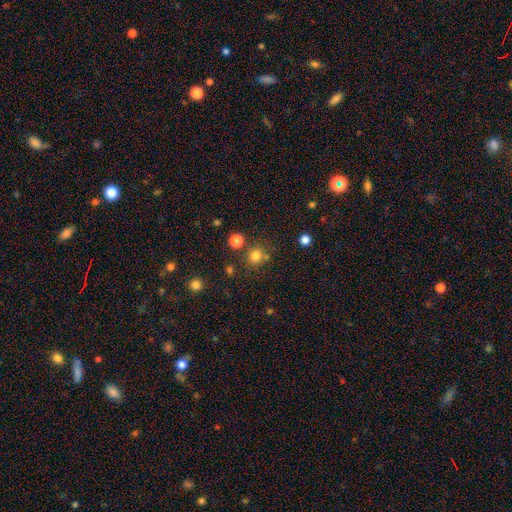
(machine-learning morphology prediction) Smooth or featured? smooth (76%)
How rounded? round (87%)
Merging? none (74%)